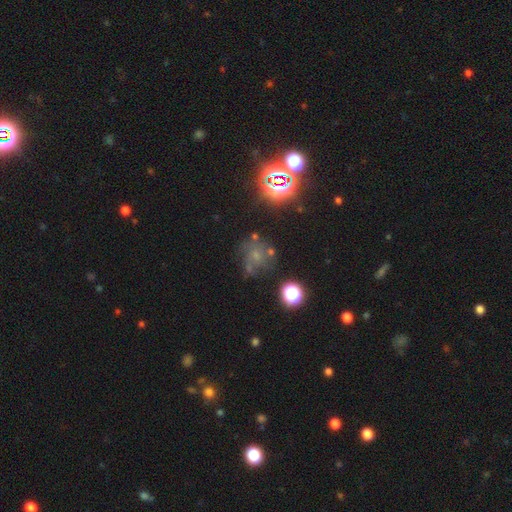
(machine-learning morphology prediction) smooth 38%, star or artifact 36%, featured or disk 27%. Down the decision tree: merging — none (51%).